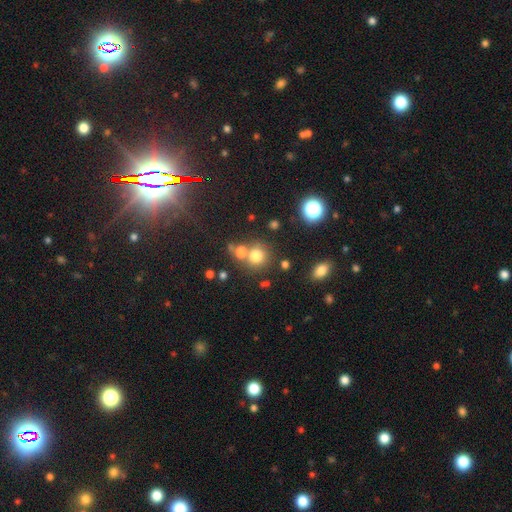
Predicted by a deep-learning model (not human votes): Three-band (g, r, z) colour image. It shows a smooth galaxy with no disk features (73%) that is round (87%). Merging: none (61%).